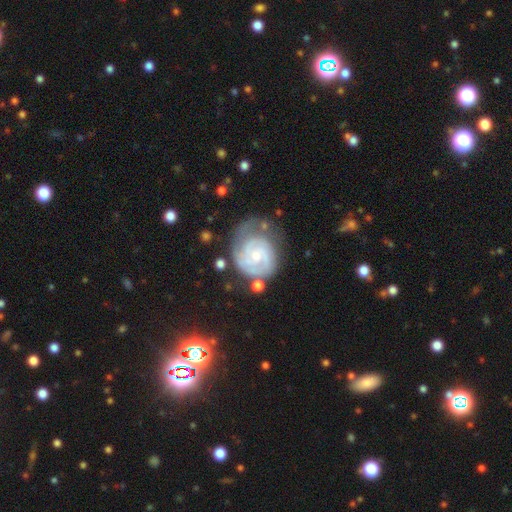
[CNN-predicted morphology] This is clearly a featured or disk galaxy (86%). It is clearly not viewed edge-on (98%). Bar: likely no (64%). Spiral arm pattern: clearly yes (97%). Spiral arm count: marginally 2 (42%). Spiral winding: likely tight (69%). Central bulge: likely small (61%). Merging: possibly none (56%).